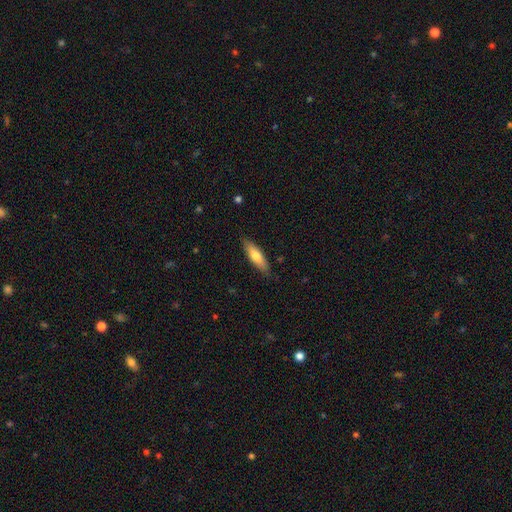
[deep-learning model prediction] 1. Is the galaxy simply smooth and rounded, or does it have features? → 70% smooth, 24% featured or disk, 6% star or artifact.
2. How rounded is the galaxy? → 57% cigar-shaped, 41% in between, 2% round.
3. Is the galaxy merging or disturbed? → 85% none, 12% minor disturbance, 2% major disturbance, 1% merger.